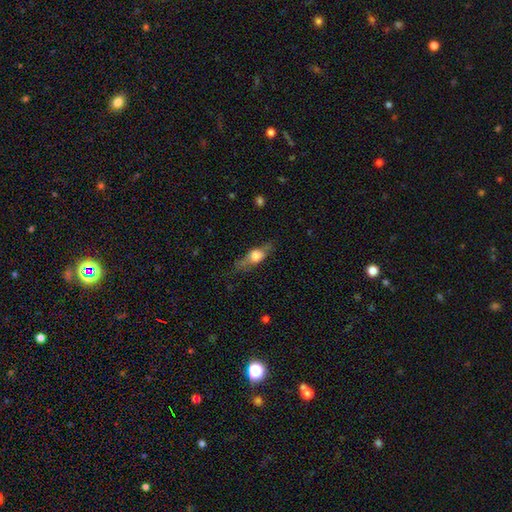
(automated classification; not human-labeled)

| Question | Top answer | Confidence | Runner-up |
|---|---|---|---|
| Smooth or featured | smooth | 54% | featured or disk (38%) |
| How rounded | in between | 59% | cigar-shaped (30%) |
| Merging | none | 60% | minor disturbance (26%) |